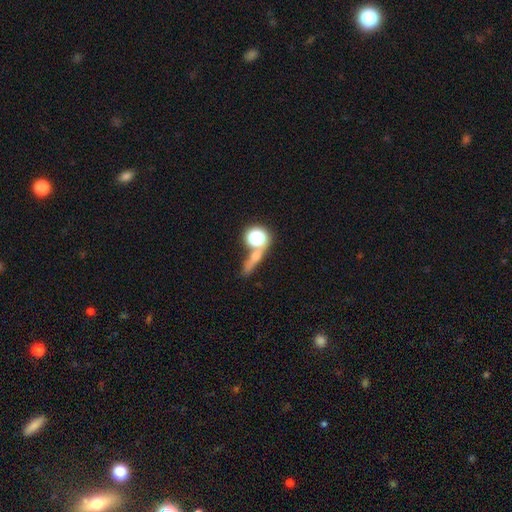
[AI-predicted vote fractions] Overall: smooth (50%; star or artifact 27%). How rounded: round (43%; cigar-shaped 36%). Merging: none (56%; merger 24%).